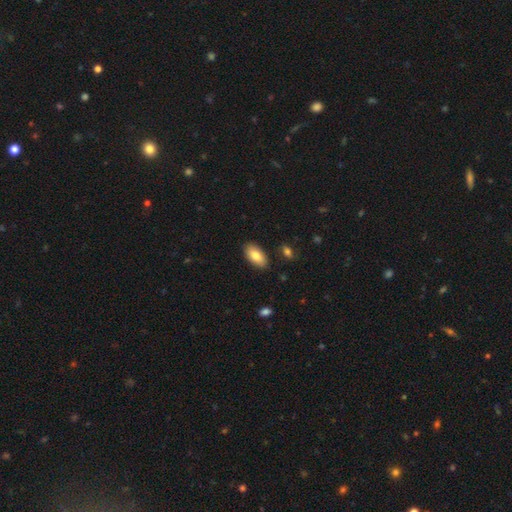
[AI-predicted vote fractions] Smooth or featured?
  - smooth: 83% *
  - featured or disk: 11%
  - star or artifact: 6%
How rounded?
  - in between: 93% *
  - cigar-shaped: 4%
  - round: 3%
Merging?
  - none: 87% *
  - minor disturbance: 10%
  - major disturbance: 2%
  - merger: 2%